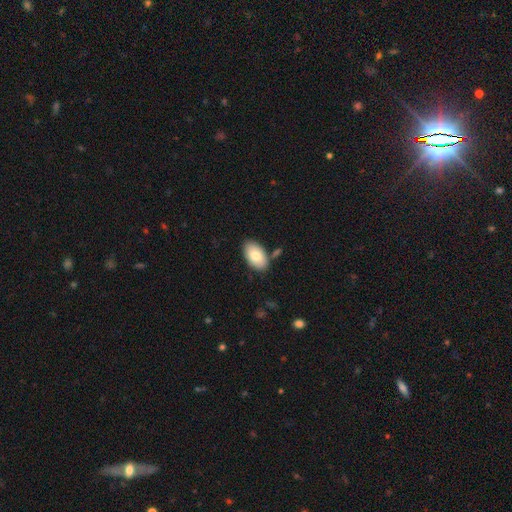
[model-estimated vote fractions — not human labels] Smooth or featured?
  - smooth: 79% *
  - featured or disk: 15%
  - star or artifact: 6%
How rounded?
  - in between: 95% *
  - round: 4%
  - cigar-shaped: 1%
Merging?
  - none: 79% *
  - minor disturbance: 12%
  - merger: 6%
  - major disturbance: 3%